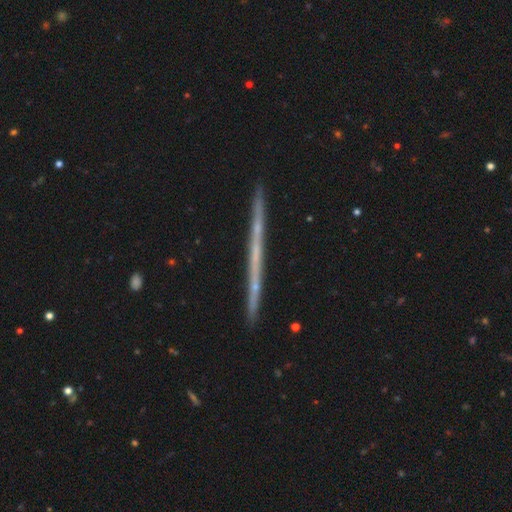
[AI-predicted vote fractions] Smooth or featured?
  - featured or disk: 64% *
  - smooth: 29%
  - star or artifact: 8%
Edge-on disk?
  - yes: 98% *
  - no: 2%
Edge-on bulge?
  - none: 92% *
  - rounded: 5%
  - boxy: 2%
Merging?
  - none: 91% *
  - minor disturbance: 6%
  - merger: 1%
  - major disturbance: 1%